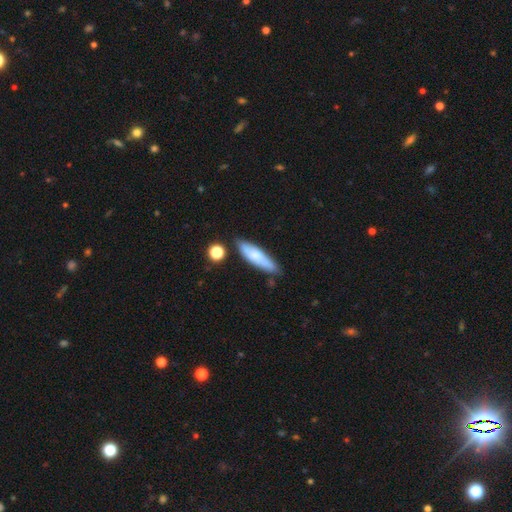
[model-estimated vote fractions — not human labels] The model was most divided on "how rounded": cigar-shaped: 65%, in between: 34%, round: 2%. More confident: merging — none (73%); smooth or featured — smooth (68%).